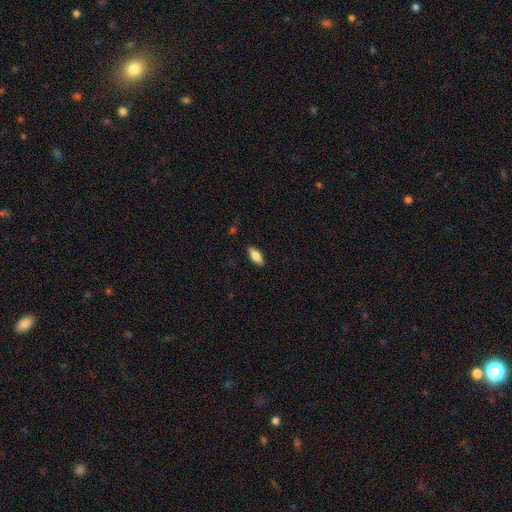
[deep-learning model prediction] smooth-or-featured: smooth: 81% | featured or disk: 12% | star or artifact: 6%
  how-rounded: in between: 84% | cigar-shaped: 13% | round: 2%
  merging: none: 89% | minor disturbance: 9% | major disturbance: 2% | merger: 1%